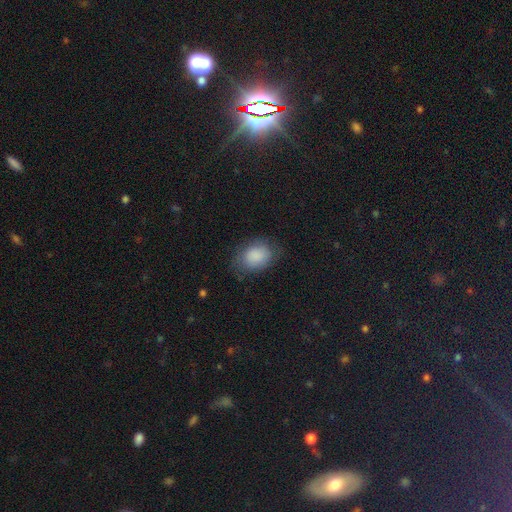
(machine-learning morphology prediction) Q: Smooth or featured?
A: smooth (84%); runner-up: featured or disk (9%)
Q: How rounded?
A: in between (73%); runner-up: round (26%)
Q: Merging?
A: none (70%); runner-up: minor disturbance (21%)